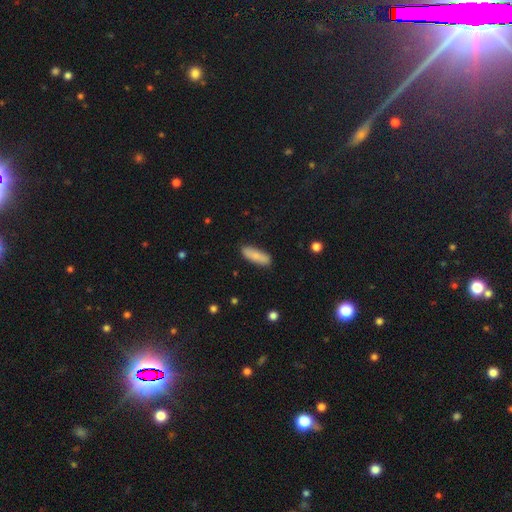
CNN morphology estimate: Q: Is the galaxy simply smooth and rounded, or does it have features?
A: smooth — 81%.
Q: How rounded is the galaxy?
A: in between — 51%.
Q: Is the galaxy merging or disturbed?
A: none — 84%.